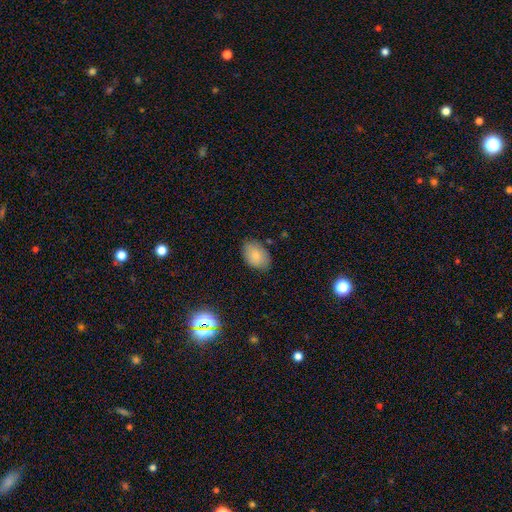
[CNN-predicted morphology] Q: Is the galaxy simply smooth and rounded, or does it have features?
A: smooth — 82%.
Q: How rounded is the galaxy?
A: in between — 86%.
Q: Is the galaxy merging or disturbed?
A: none — 82%.